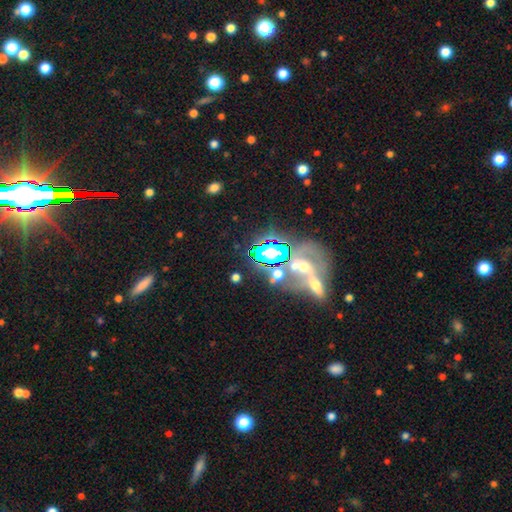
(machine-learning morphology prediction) Smooth or featured? Predicted: star or artifact (p=0.54).